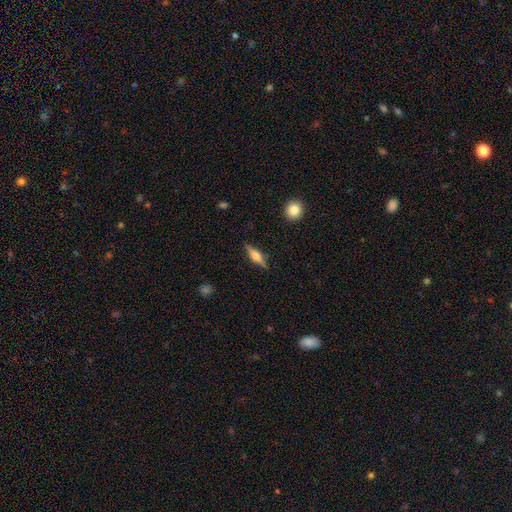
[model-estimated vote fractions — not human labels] Q: Smooth or featured?
A: featured or disk (65%); runner-up: smooth (29%)
Q: Edge-on disk?
A: yes (97%); runner-up: no (3%)
Q: Edge-on bulge?
A: rounded (87%); runner-up: boxy (11%)
Q: Merging?
A: none (87%); runner-up: minor disturbance (9%)